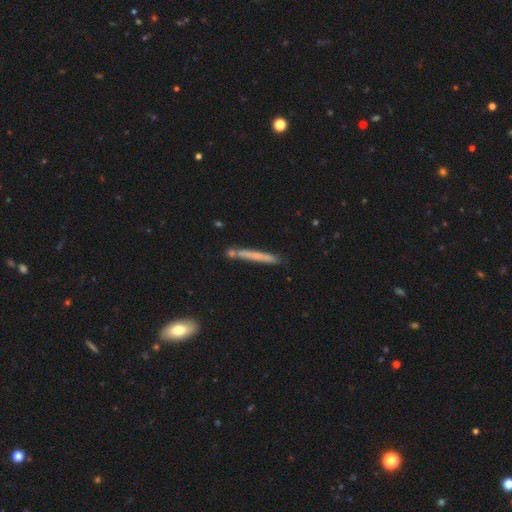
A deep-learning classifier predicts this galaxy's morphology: A smooth galaxy with no disk features (61%) that is cigar-shaped (96%).

Vote fractions:
- Smooth or featured? smooth: 61% / featured or disk: 32% / star or artifact: 7%
- How rounded? cigar-shaped: 96% / in between: 2% / round: 1%
- Merging? none: 78% / minor disturbance: 12% / merger: 7% / major disturbance: 3%